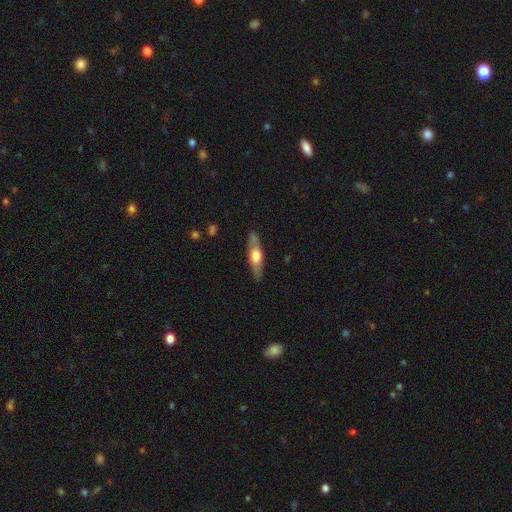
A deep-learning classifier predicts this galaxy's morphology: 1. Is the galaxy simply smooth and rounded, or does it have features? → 50% featured or disk, 45% smooth, 5% star or artifact.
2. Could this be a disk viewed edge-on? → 83% yes, 17% no.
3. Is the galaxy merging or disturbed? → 81% none, 13% minor disturbance, 3% major disturbance, 2% merger.